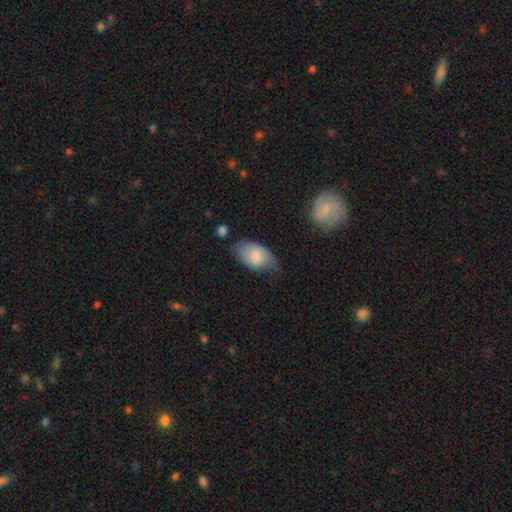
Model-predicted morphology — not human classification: type=smooth (80%); roundness=in between (92%); merging=none (50%).